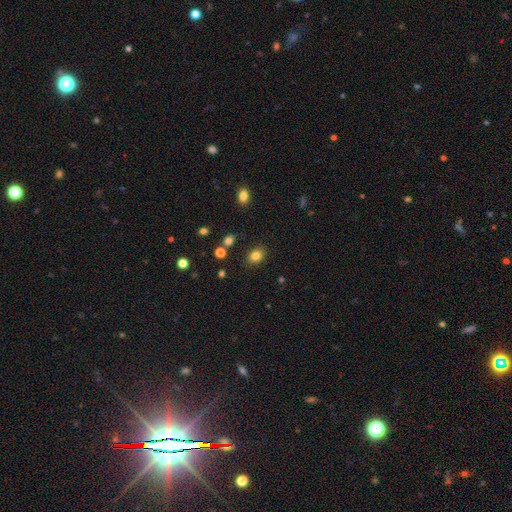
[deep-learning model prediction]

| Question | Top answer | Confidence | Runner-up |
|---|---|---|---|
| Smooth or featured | smooth | 82% | star or artifact (12%) |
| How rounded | in between | 55% | round (44%) |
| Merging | none | 85% | minor disturbance (10%) |